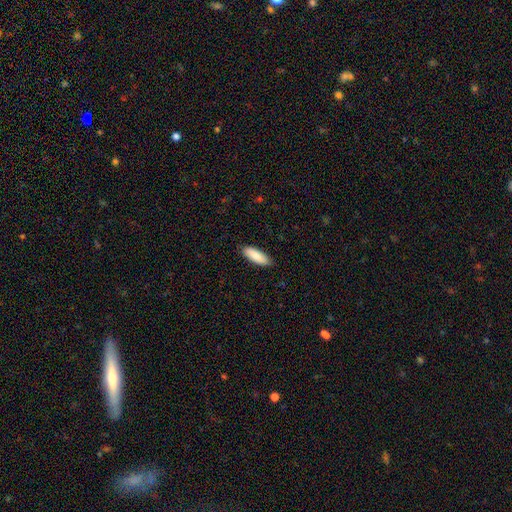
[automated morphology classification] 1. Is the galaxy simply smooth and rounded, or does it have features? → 86% smooth, 9% featured or disk, 5% star or artifact.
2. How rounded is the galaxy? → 64% in between, 34% cigar-shaped, 2% round.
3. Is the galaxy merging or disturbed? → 89% none, 9% minor disturbance, 2% major disturbance, 1% merger.